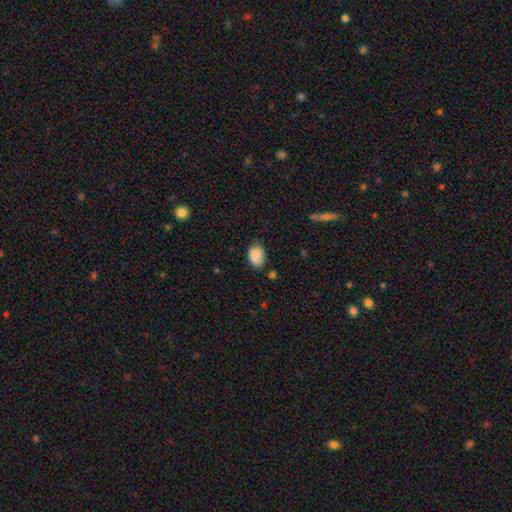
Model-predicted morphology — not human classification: A smooth galaxy with no disk features (88%) that is in between round and cigar-shaped (69%). Merging: none (70%).